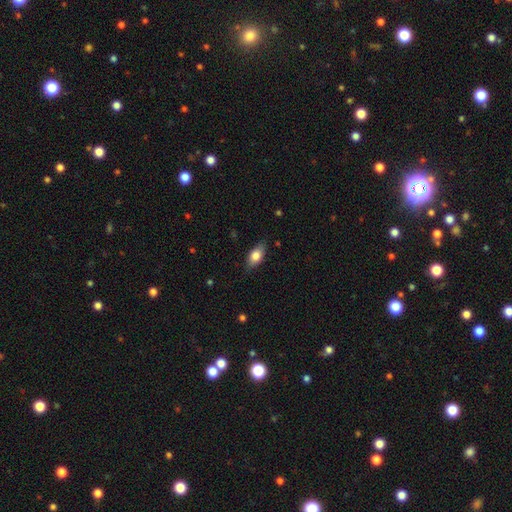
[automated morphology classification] This appears to be a smooth galaxy with no disk features (73%) that is in between round and cigar-shaped (85%). Merging: none (82%).